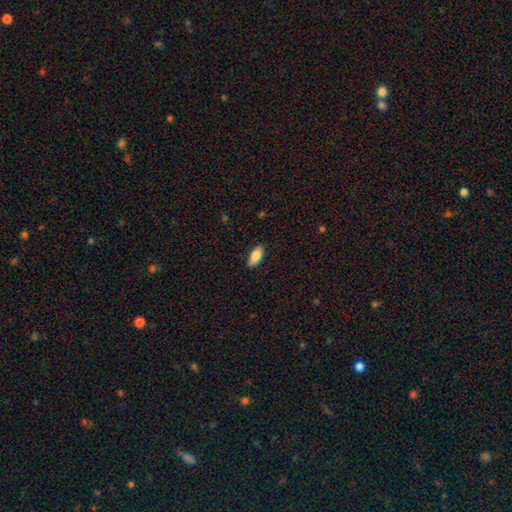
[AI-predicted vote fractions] Smooth or featured? smooth (85%)
How rounded? in between (87%)
Merging? none (88%)